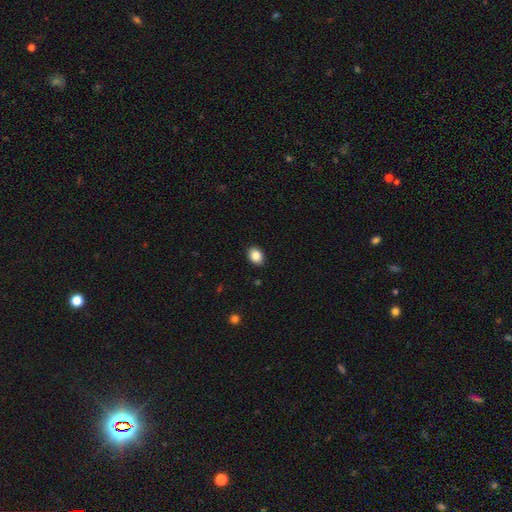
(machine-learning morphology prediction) smooth-or-featured: smooth: 86% | star or artifact: 9% | featured or disk: 6%
  how-rounded: in between: 64% | round: 35% | cigar-shaped: 1%
  merging: none: 90% | minor disturbance: 7% | major disturbance: 2% | merger: 1%